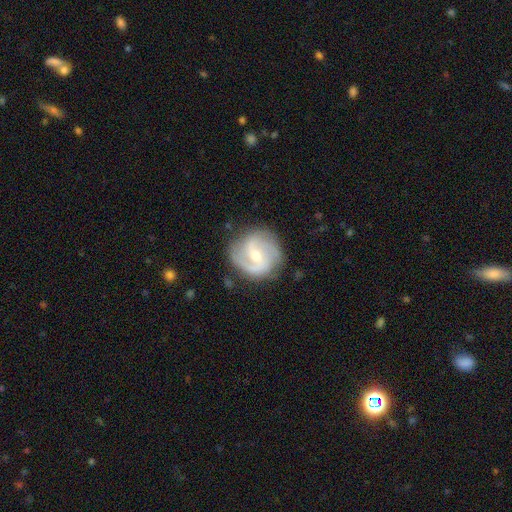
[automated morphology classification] The model was most divided on "bulge size": moderate: 50%, small: 46%, large: 2%, none: 1%, dominant: 1%. Remaining: edge-on disk — no (98%); spiral arms — yes (95%); smooth or featured — featured or disk (81%); merging — none (78%); spiral arm count — 2 (69%); bar — weak (53%); spiral winding — medium (50%).